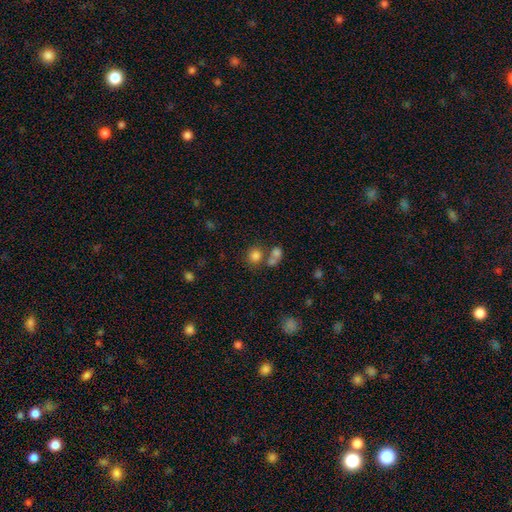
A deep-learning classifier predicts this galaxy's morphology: Smooth or featured? Predicted: smooth (p=0.79). How rounded? Predicted: round (p=0.84). Merging? Predicted: none (p=0.55).